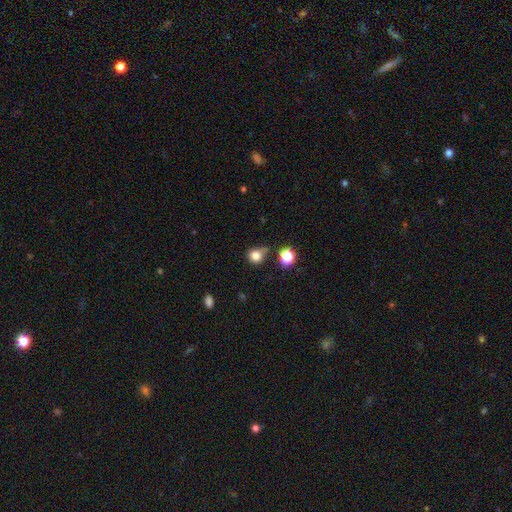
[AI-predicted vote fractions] This appears to be a smooth galaxy with no disk features (79%) that is round (82%). Merging: none (58%).